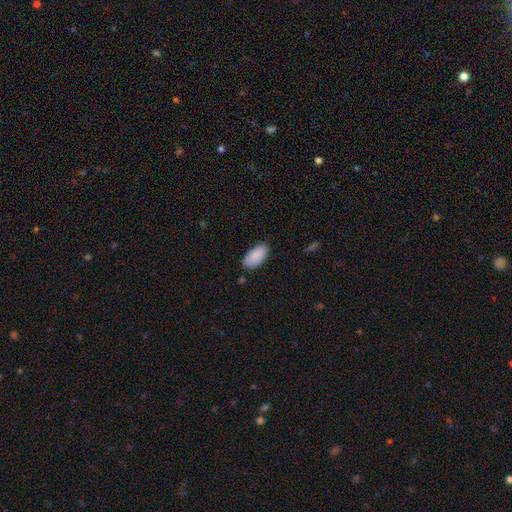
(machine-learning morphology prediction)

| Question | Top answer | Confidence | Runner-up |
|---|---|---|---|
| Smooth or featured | smooth | 89% | star or artifact (6%) |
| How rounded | in between | 93% | cigar-shaped (5%) |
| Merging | none | 83% | minor disturbance (14%) |